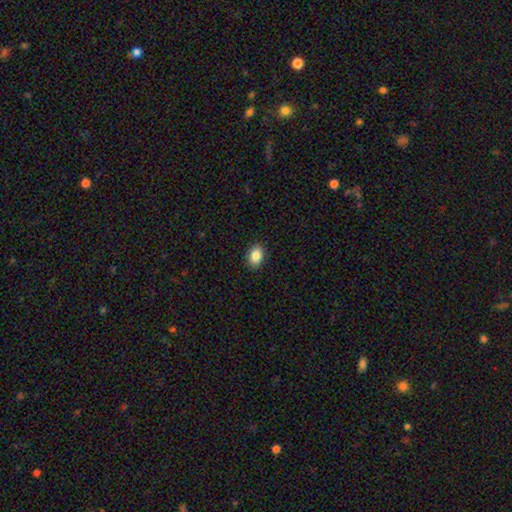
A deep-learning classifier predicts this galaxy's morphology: smooth_or_featured: smooth (p=0.86) [alt: star or artifact p=0.08]
how_rounded: in between (p=0.80) [alt: round p=0.19]
merging: none (p=0.90) [alt: minor disturbance p=0.08]